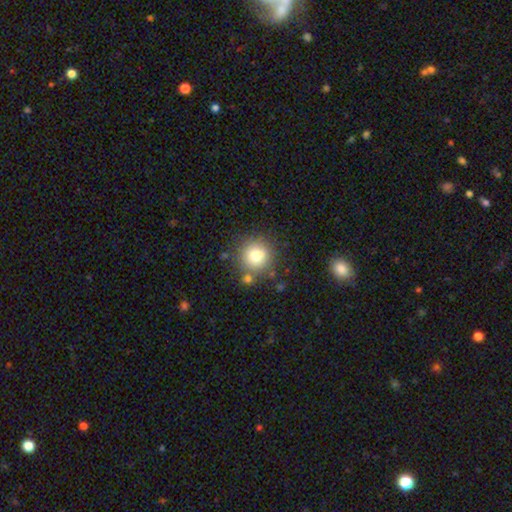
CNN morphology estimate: Smooth or featured?
  - smooth: 80% *
  - star or artifact: 11%
  - featured or disk: 9%
How rounded?
  - round: 89% *
  - in between: 10%
  - cigar-shaped: 1%
Merging?
  - none: 72% *
  - minor disturbance: 13%
  - merger: 11%
  - major disturbance: 4%